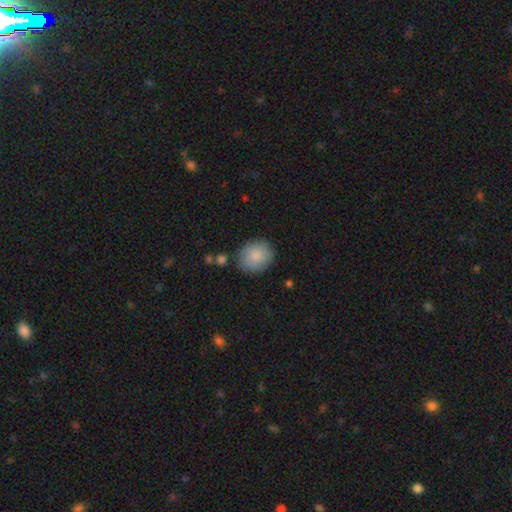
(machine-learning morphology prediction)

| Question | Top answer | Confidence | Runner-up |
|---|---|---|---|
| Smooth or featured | smooth | 86% | featured or disk (8%) |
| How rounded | round | 73% | in between (26%) |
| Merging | none | 81% | minor disturbance (13%) |